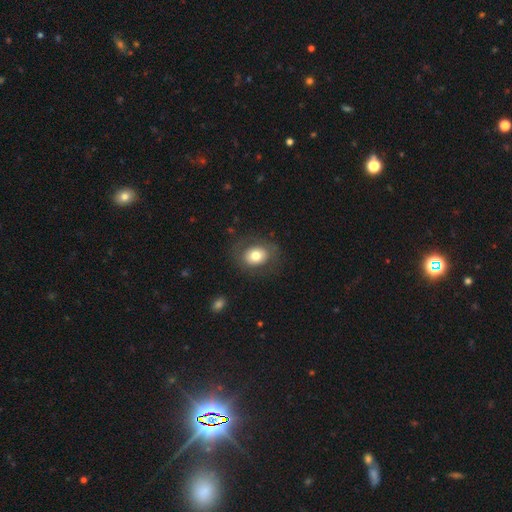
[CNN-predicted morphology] smooth_or_featured: smooth (p=0.71) [alt: featured or disk p=0.21]
how_rounded: in between (p=0.51) [alt: round p=0.48]
merging: none (p=0.78) [alt: minor disturbance p=0.13]